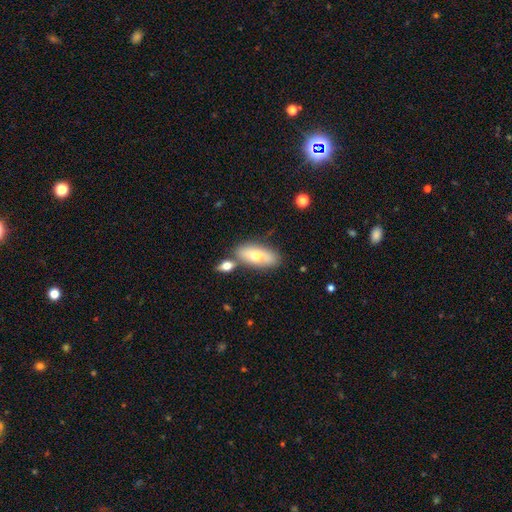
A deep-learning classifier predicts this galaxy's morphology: smooth-or-featured: smooth: 65% | featured or disk: 28% | star or artifact: 7%
  how-rounded: in between: 86% | cigar-shaped: 10% | round: 3%
  merging: none: 67% | merger: 15% | minor disturbance: 14% | major disturbance: 4%